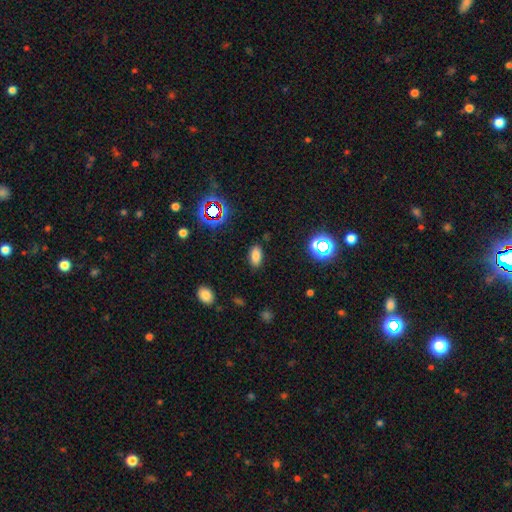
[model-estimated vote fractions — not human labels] smooth_or_featured: smooth (p=0.76) [alt: star or artifact p=0.17]
how_rounded: in between (p=0.91) [alt: round p=0.05]
merging: none (p=0.86) [alt: minor disturbance p=0.09]